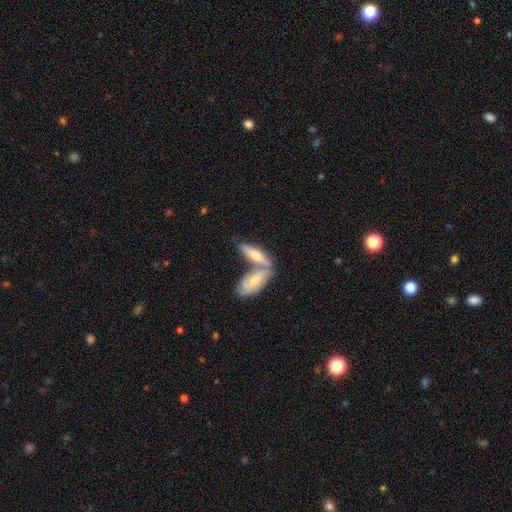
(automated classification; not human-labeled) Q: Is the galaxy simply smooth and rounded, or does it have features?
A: smooth — 47%.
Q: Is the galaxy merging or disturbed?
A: merger — 53%.